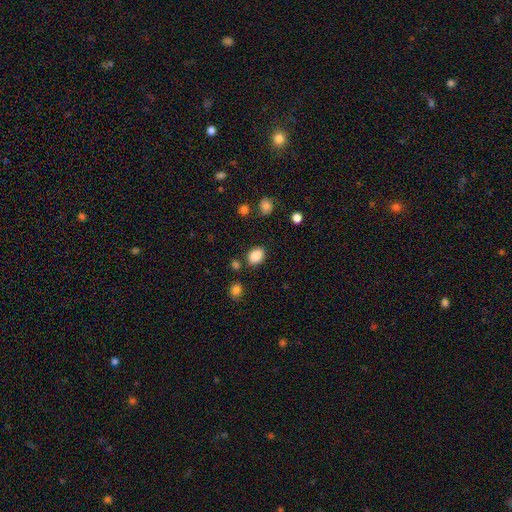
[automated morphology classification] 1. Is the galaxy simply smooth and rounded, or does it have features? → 87% smooth, 9% star or artifact, 4% featured or disk.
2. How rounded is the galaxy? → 79% in between, 20% round, 1% cigar-shaped.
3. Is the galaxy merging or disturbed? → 81% none, 12% minor disturbance, 5% merger, 3% major disturbance.